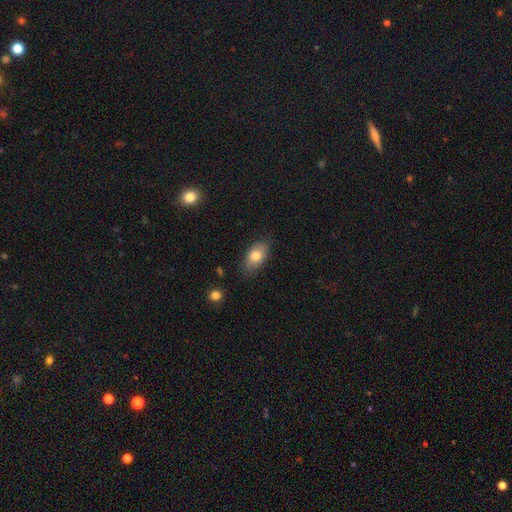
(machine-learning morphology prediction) smooth 78%, featured or disk 14%, star or artifact 7%. Down the decision tree: how rounded — in between (90%); merging — none (78%).